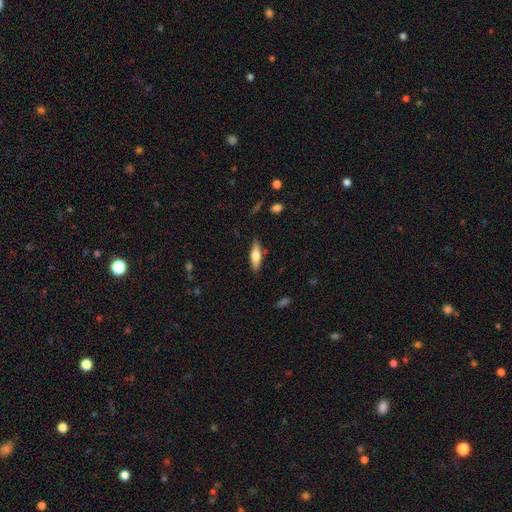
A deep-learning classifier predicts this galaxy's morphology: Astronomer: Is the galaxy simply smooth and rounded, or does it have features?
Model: smooth — 60%.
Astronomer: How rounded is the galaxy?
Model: cigar-shaped — 51% (runner-up: in between, 47%).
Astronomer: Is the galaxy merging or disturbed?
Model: none — 85%.